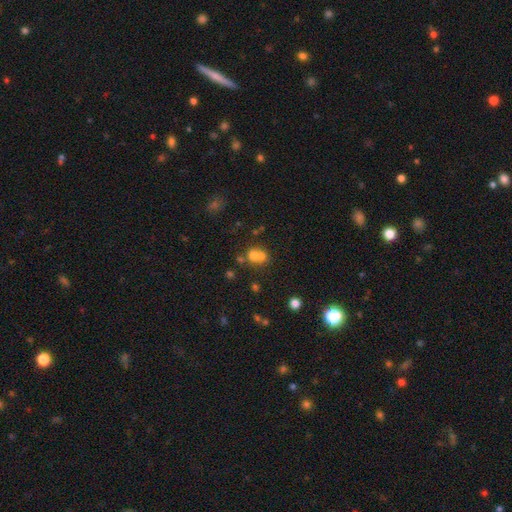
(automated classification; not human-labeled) Smooth or featured? Predicted: smooth (p=0.65). How rounded? Predicted: round (p=0.71). Merging? Predicted: merger (p=0.60).